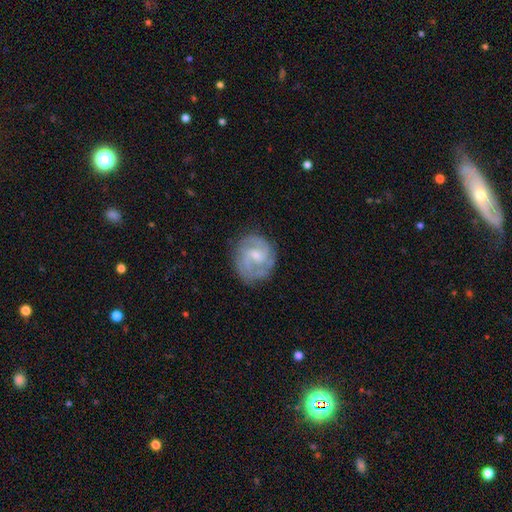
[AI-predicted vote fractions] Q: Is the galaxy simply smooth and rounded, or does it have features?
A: featured or disk — 81%.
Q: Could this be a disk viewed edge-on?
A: no — 98%.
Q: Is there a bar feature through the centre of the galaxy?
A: weak — 52%.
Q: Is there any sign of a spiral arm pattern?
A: yes — 95%.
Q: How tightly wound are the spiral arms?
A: medium — 45%.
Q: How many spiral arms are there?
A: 2 — 58%.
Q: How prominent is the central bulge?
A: small — 60%.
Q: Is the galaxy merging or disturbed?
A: none — 76%.